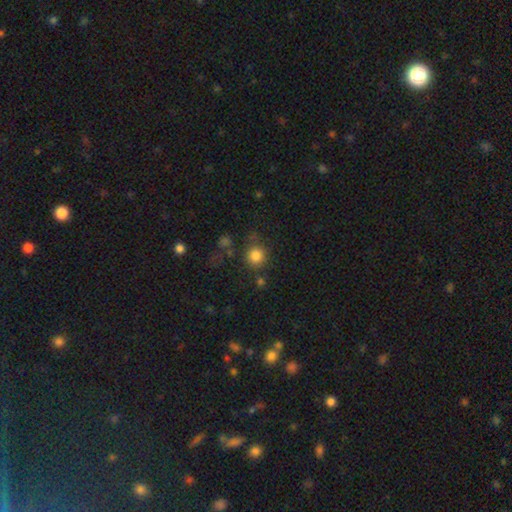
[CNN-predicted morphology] Smooth or featured? smooth (83%)
How rounded? round (91%)
Merging? none (75%)